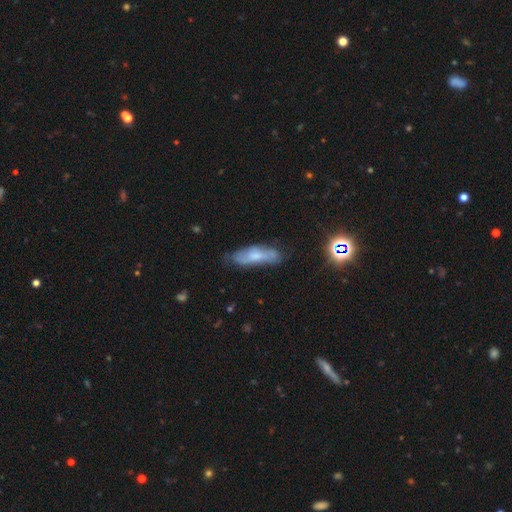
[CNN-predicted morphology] smooth-or-featured: smooth: 51% | featured or disk: 39% | star or artifact: 10%
  how-rounded: in between: 52% | cigar-shaped: 45% | round: 3%
  merging: none: 60% | minor disturbance: 27% | major disturbance: 8% | merger: 4%